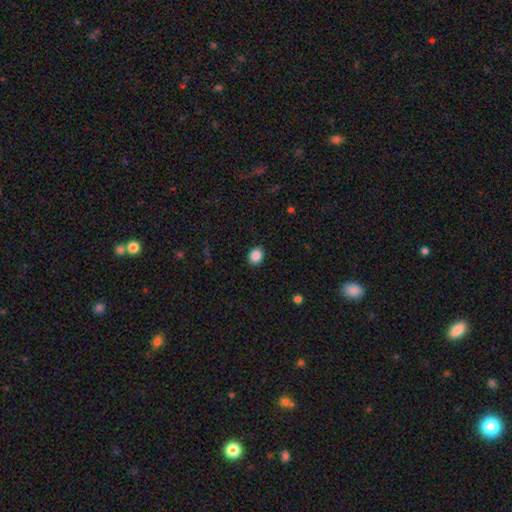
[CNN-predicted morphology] This appears to be a smooth galaxy with no disk features (88%) that is round (52%). Merging: none (90%).